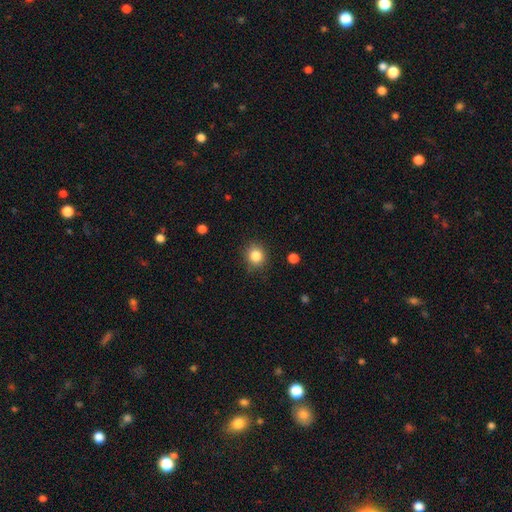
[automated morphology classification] This appears to be a smooth galaxy with no disk features (84%) that is round (84%). Merging: none (86%).